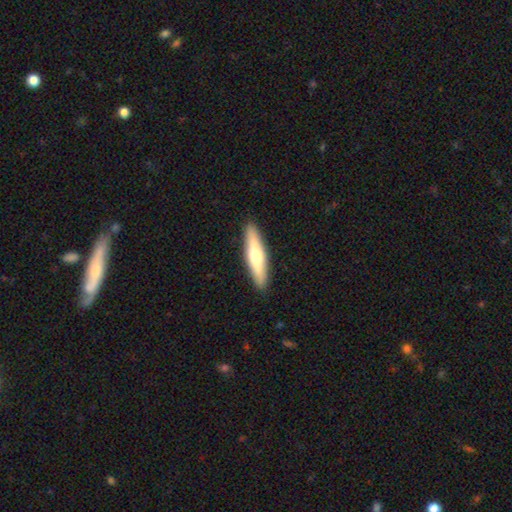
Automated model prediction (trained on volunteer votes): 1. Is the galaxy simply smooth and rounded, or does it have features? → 56% smooth, 39% featured or disk, 5% star or artifact.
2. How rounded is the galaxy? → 80% cigar-shaped, 18% in between, 2% round.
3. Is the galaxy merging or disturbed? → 91% none, 7% minor disturbance, 2% major disturbance, 1% merger.